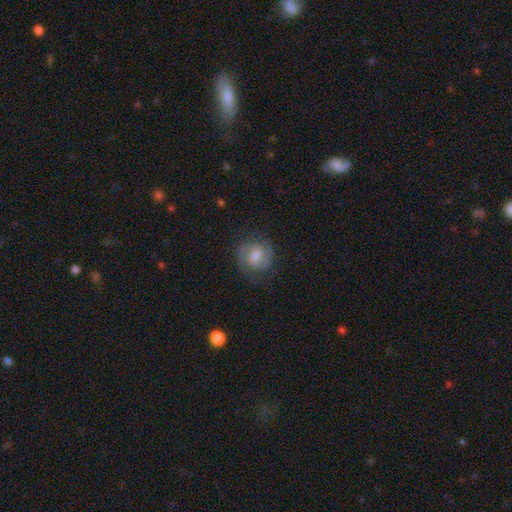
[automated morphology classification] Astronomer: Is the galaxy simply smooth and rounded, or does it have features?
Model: featured or disk — 71%.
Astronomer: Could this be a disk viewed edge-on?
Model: no — 98%.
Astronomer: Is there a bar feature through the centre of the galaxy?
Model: weak — 48% (runner-up: no, 42%).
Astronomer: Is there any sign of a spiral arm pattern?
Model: yes — 94%.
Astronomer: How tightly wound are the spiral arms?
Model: medium — 45% (runner-up: tight, 43%).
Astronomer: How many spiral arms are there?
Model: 2 — 87%.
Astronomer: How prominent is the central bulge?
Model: moderate — 53% (runner-up: small, 35%).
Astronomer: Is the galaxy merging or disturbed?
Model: none — 80%.